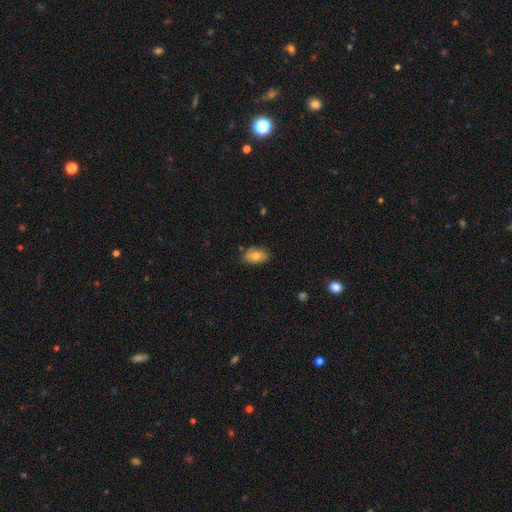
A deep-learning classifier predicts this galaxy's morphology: Smooth or featured?
  - smooth: 70% *
  - featured or disk: 21%
  - star or artifact: 9%
How rounded?
  - in between: 88% *
  - round: 10%
  - cigar-shaped: 2%
Merging?
  - none: 74% *
  - minor disturbance: 20%
  - major disturbance: 3%
  - merger: 2%